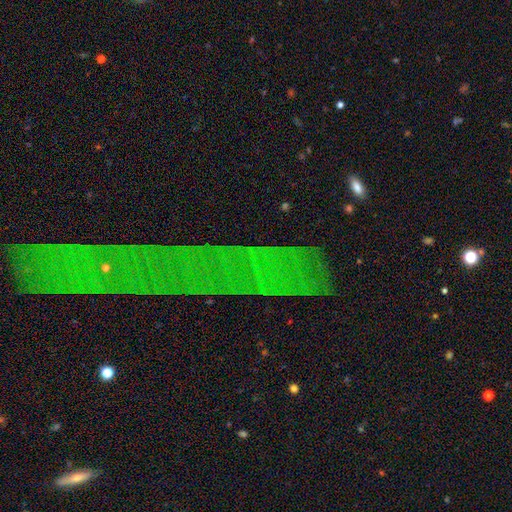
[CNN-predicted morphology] This appears to be a star or artifact, not a galaxy (76%).